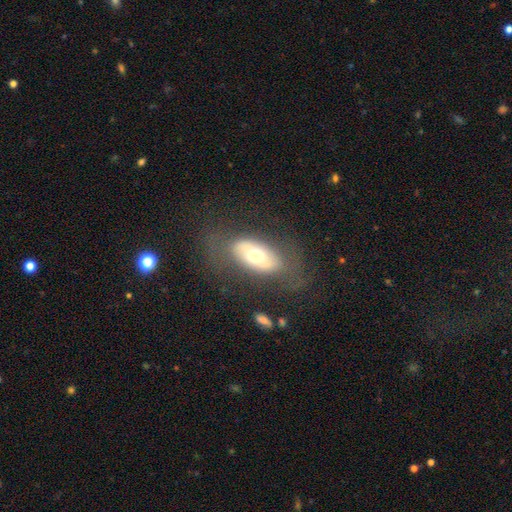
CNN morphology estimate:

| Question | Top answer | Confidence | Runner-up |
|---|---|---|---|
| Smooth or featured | smooth | 48% | featured or disk (44%) |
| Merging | none | 67% | minor disturbance (17%) |